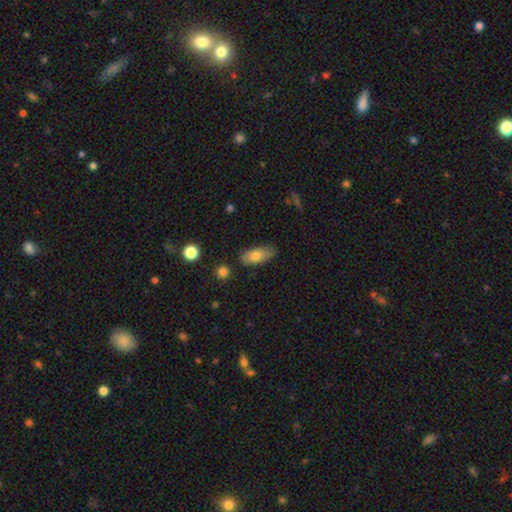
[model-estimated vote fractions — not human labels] Morphology: type=smooth (77%); roundness=in between (84%); merging=none (77%).